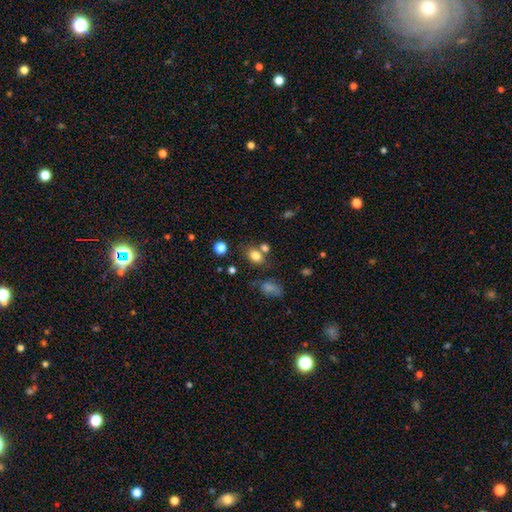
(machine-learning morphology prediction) The model was most divided on "how rounded": in between: 61%, round: 37%, cigar-shaped: 1%. More confident: smooth or featured — smooth (79%); merging — none (61%).